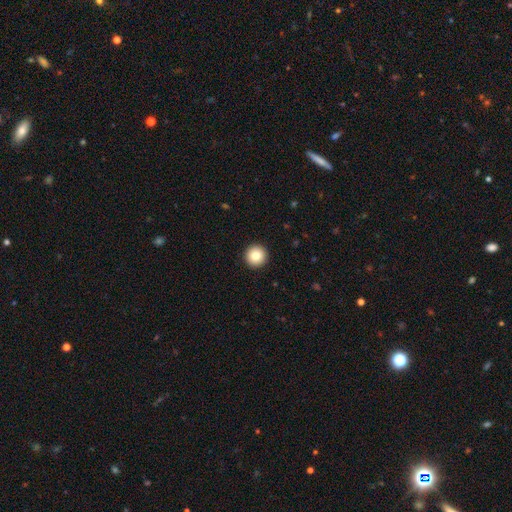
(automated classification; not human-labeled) A smooth galaxy with no disk features (84%) that is round (97%).

Vote fractions:
- Smooth or featured? smooth: 84% / star or artifact: 9% / featured or disk: 7%
- How rounded? round: 97% / in between: 2% / cigar-shaped: 1%
- Merging? none: 94% / minor disturbance: 4% / major disturbance: 1% / merger: 1%